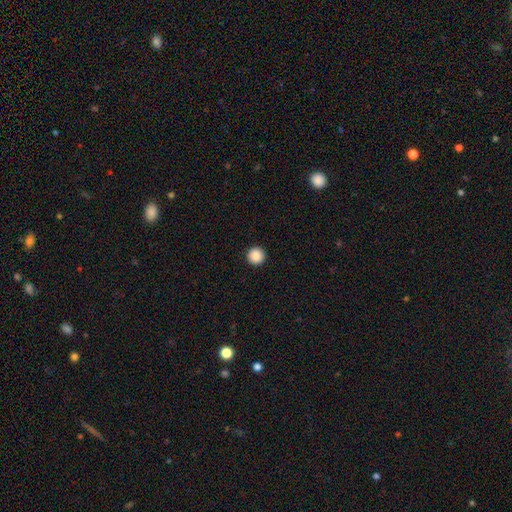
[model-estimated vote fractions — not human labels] This is clearly a smooth galaxy (89%). How rounded: clearly round (96%). Merging: clearly none (94%).